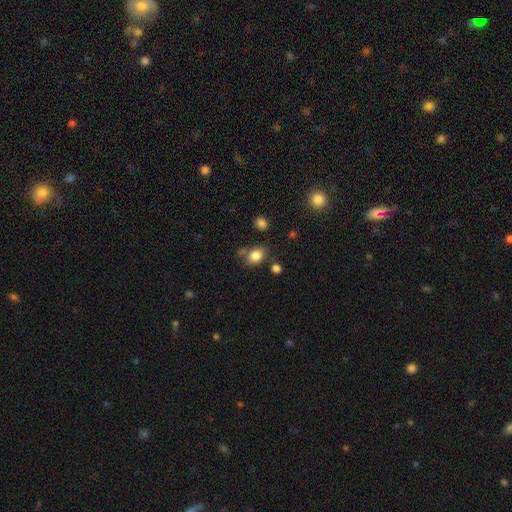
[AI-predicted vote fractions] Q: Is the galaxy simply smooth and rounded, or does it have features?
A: smooth — 83%.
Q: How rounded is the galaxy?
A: in between — 62%.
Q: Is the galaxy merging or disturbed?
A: none — 67%.